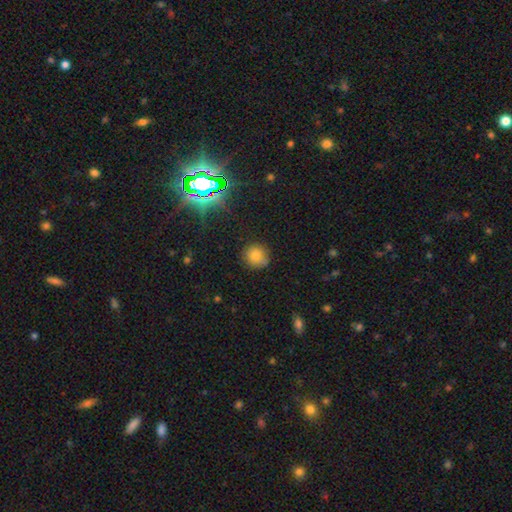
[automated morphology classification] smooth 76%, star or artifact 16%, featured or disk 8%. Down the decision tree: how rounded — round (89%); merging — none (79%).